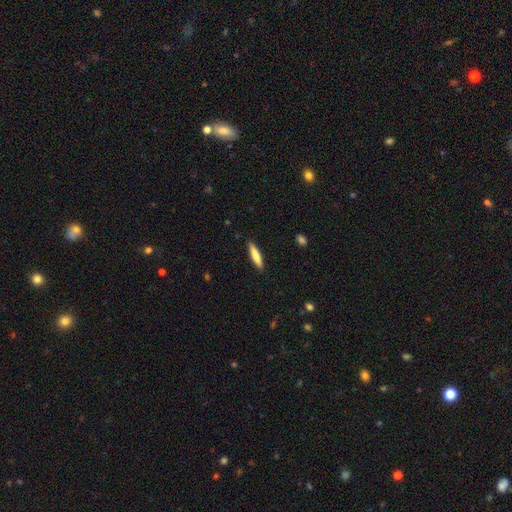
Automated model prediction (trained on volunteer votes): smooth 78%, featured or disk 17%, star or artifact 6%. Down the decision tree: how rounded — cigar-shaped (83%); merging — none (89%).